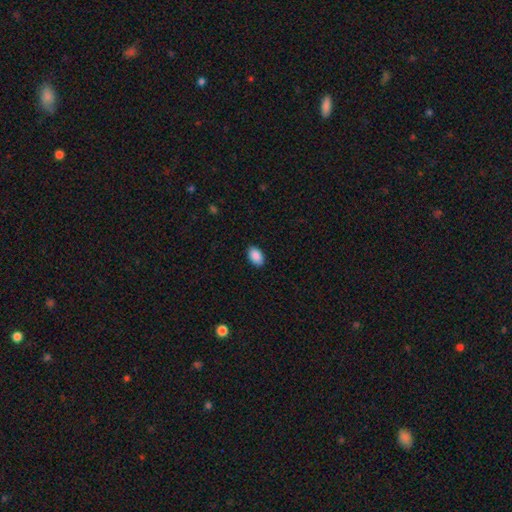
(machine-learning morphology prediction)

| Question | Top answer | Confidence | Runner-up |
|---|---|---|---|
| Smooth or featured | smooth | 90% | star or artifact (7%) |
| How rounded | in between | 92% | round (7%) |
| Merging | none | 88% | minor disturbance (9%) |